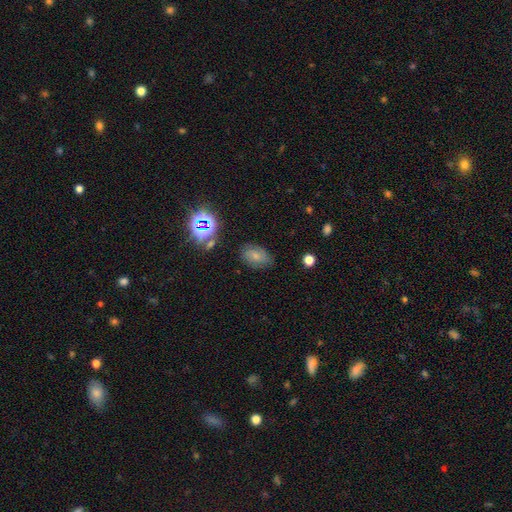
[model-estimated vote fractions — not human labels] A smooth galaxy with no disk features (60%) that is in between round and cigar-shaped (81%). Merging: none (75%).